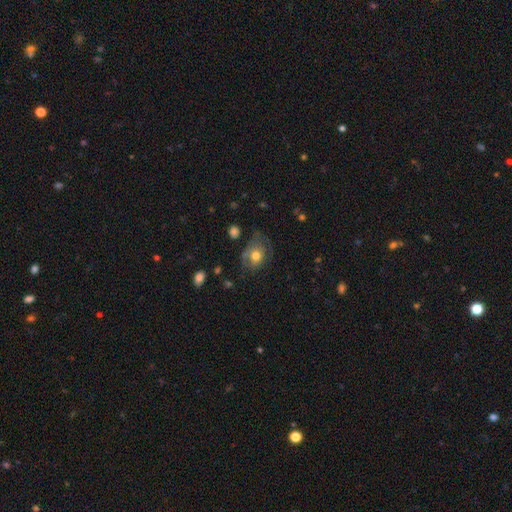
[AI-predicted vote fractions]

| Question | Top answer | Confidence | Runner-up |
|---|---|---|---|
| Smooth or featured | smooth | 59% | featured or disk (32%) |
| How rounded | in between | 53% | round (46%) |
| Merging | none | 45% | minor disturbance (29%) |